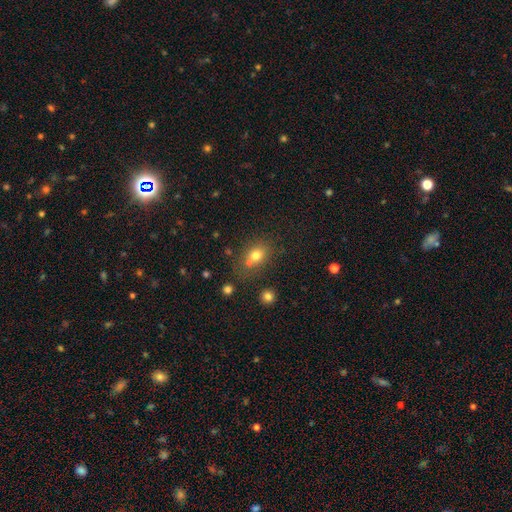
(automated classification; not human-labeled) Smooth or featured? smooth (74%)
How rounded? round (51%)
Merging? none (53%)